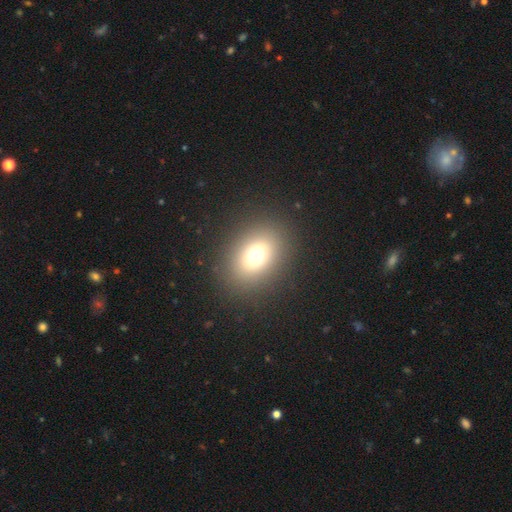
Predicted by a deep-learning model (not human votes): Smooth or featured? smooth (68%)
How rounded? in between (55%)
Merging? none (86%)